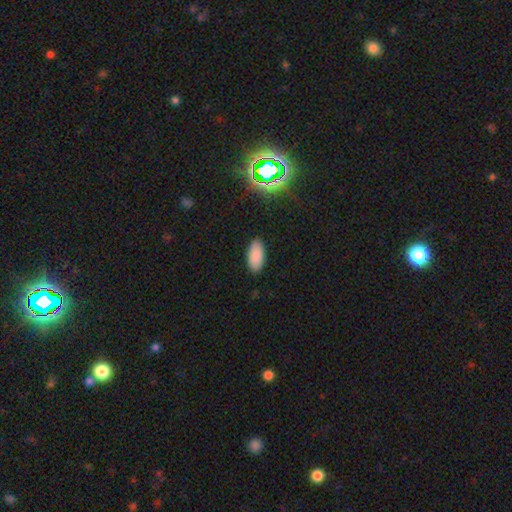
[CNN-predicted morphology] Smooth or featured? smooth (88%)
How rounded? in between (94%)
Merging? none (89%)